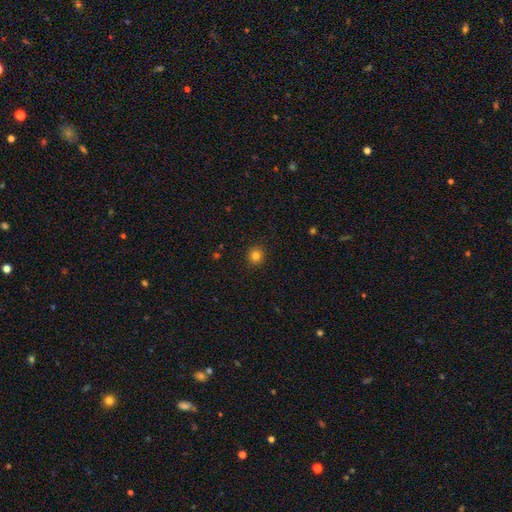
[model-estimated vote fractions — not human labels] smooth 82%, star or artifact 13%, featured or disk 5%. Down the decision tree: how rounded — round (89%); merging — none (92%).